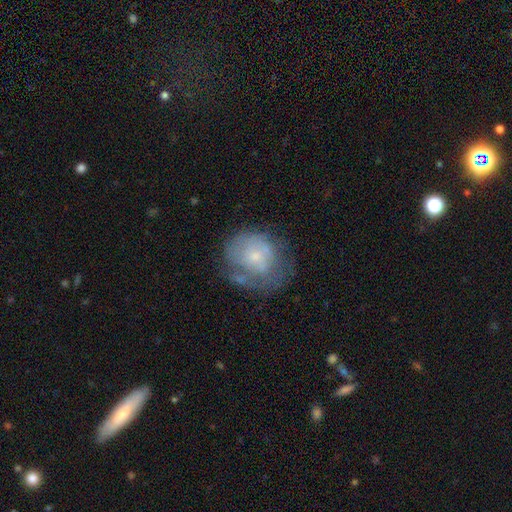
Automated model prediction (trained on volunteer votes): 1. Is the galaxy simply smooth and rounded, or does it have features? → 48% featured or disk, 43% smooth, 9% star or artifact.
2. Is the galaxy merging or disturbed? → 45% none, 28% minor disturbance, 22% major disturbance, 5% merger.